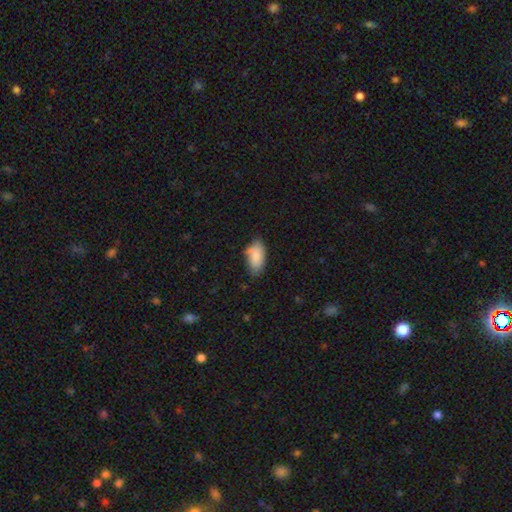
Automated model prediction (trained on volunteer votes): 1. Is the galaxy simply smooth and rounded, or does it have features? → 84% smooth, 9% featured or disk, 7% star or artifact.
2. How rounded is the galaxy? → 93% in between, 4% cigar-shaped, 3% round.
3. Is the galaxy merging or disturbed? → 61% none, 30% minor disturbance, 6% major disturbance, 3% merger.